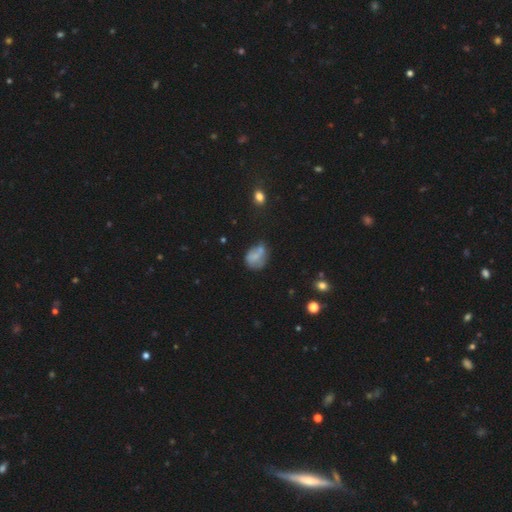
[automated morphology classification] Smooth or featured? smooth (62%)
How rounded? in between (56%)
Merging? none (36%)